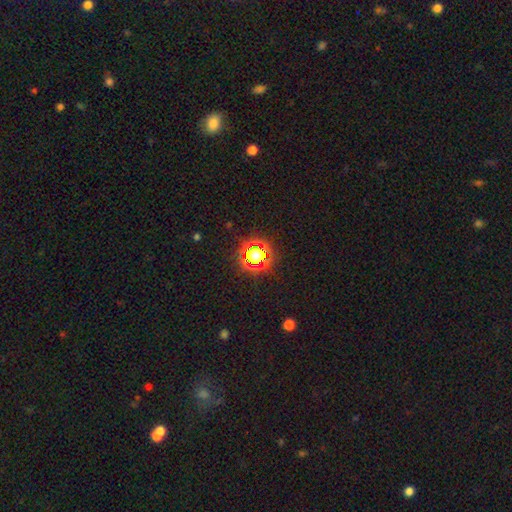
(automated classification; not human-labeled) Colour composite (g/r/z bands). It shows a star or artifact, not a galaxy (60%).